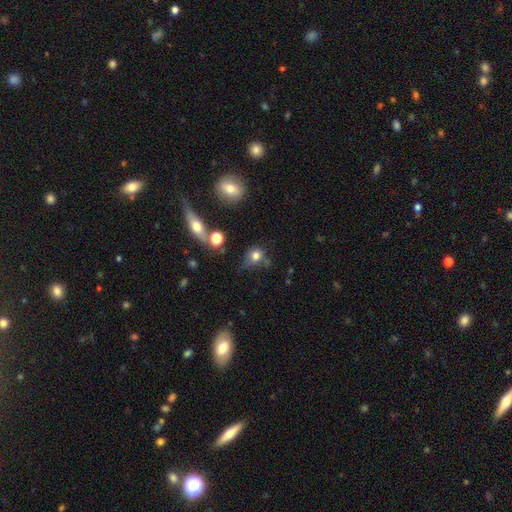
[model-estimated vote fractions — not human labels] smooth_or_featured: smooth (p=0.77) [alt: star or artifact p=0.13]
how_rounded: round (p=0.73) [alt: in between p=0.25]
merging: none (p=0.52) [alt: minor disturbance p=0.26]